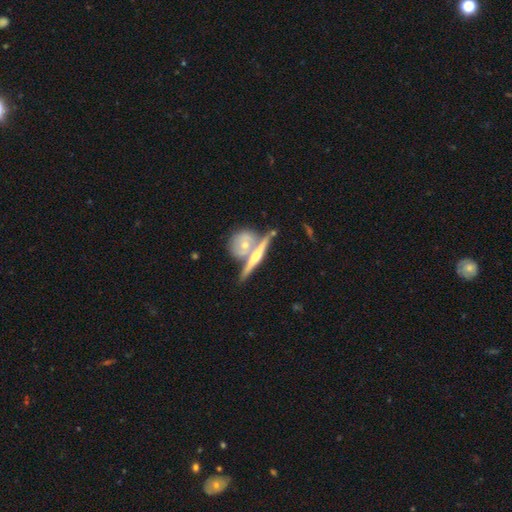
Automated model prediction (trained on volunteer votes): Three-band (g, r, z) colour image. It shows a featured or disk galaxy (71%) viewed edge-on (91%) with a rounded central bulge (86%). Merging: none (55%).